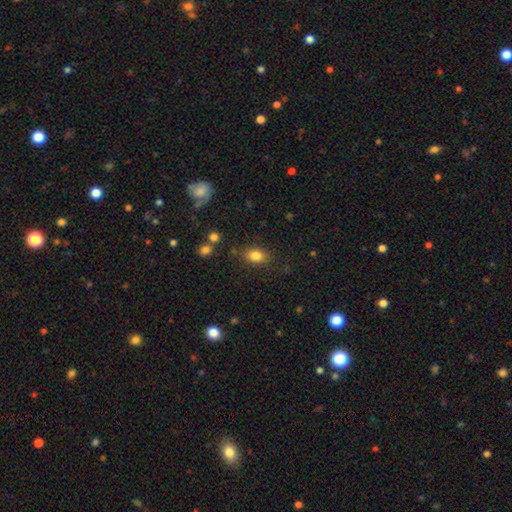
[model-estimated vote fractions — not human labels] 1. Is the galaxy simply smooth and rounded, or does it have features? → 83% smooth, 10% star or artifact, 7% featured or disk.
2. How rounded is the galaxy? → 78% in between, 21% round, 2% cigar-shaped.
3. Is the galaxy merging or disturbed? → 82% none, 12% minor disturbance, 4% major disturbance, 3% merger.